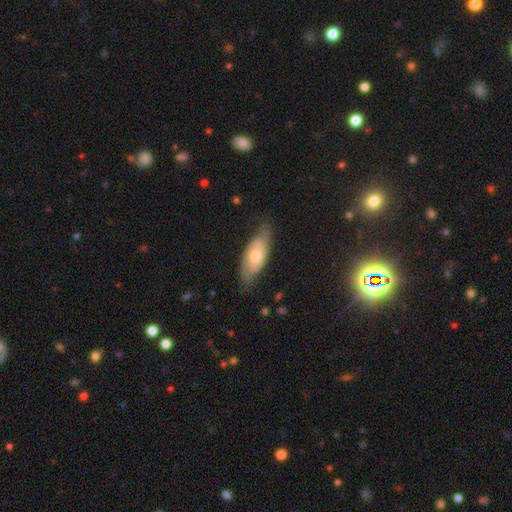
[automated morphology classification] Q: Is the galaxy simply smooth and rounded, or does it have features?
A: smooth — 48%.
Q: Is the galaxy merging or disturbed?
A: none — 69%.